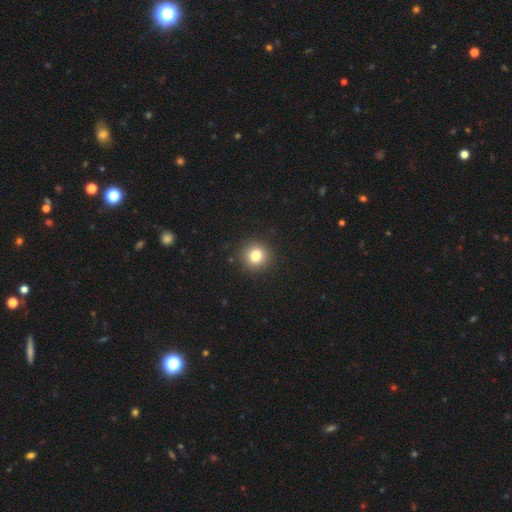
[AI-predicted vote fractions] smooth 81%, star or artifact 12%, featured or disk 7%. Down the decision tree: how rounded — round (92%); merging — none (92%).